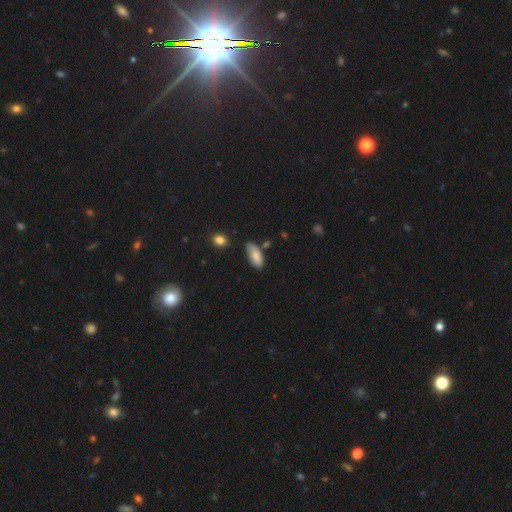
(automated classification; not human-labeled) Smooth or featured? Predicted: smooth (p=0.82). How rounded? Predicted: in between (p=0.89). Merging? Predicted: none (p=0.64).